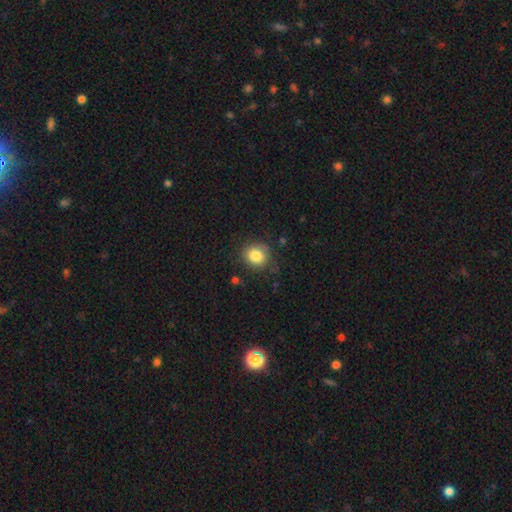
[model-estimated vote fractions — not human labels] A smooth galaxy with no disk features (84%) that is round (82%).

Vote fractions:
- Smooth or featured? smooth: 84% / star or artifact: 10% / featured or disk: 7%
- How rounded? round: 82% / in between: 17% / cigar-shaped: 1%
- Merging? none: 80% / minor disturbance: 14% / major disturbance: 4% / merger: 2%